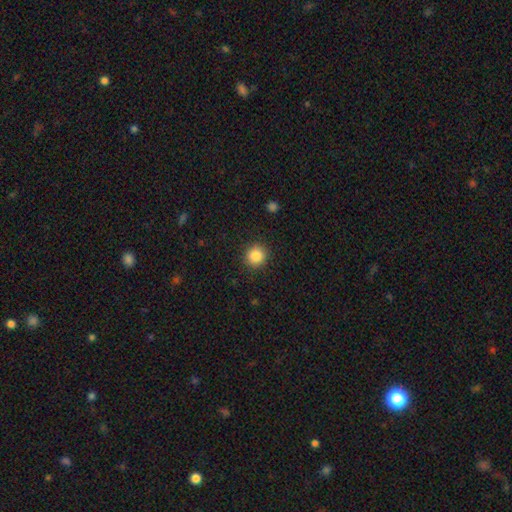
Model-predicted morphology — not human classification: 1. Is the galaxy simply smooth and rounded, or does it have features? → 86% smooth, 10% star or artifact, 4% featured or disk.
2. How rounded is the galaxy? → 90% round, 9% in between, 1% cigar-shaped.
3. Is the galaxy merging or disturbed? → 90% none, 7% minor disturbance, 2% major disturbance, 1% merger.